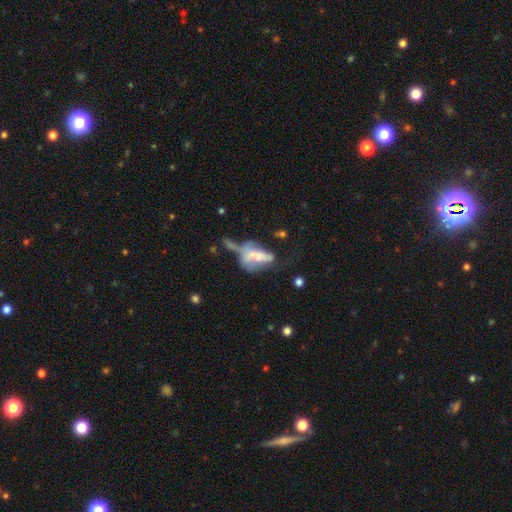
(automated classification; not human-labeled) This appears to be a featured or disk galaxy (46%). Merging: merger (37%).